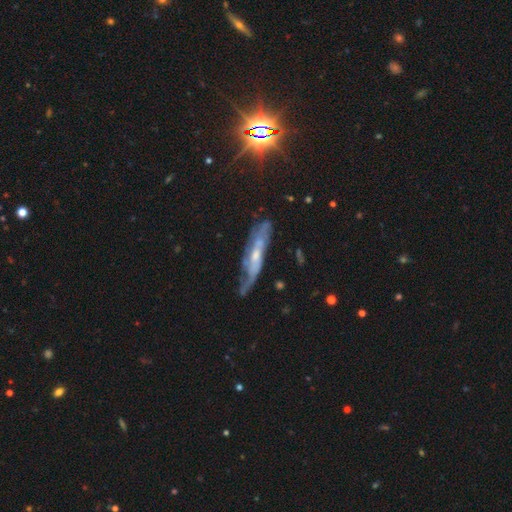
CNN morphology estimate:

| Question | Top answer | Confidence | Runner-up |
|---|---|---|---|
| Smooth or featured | featured or disk | 74% | smooth (18%) |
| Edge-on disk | no | 60% | yes (40%) |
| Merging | none | 53% | minor disturbance (27%) |